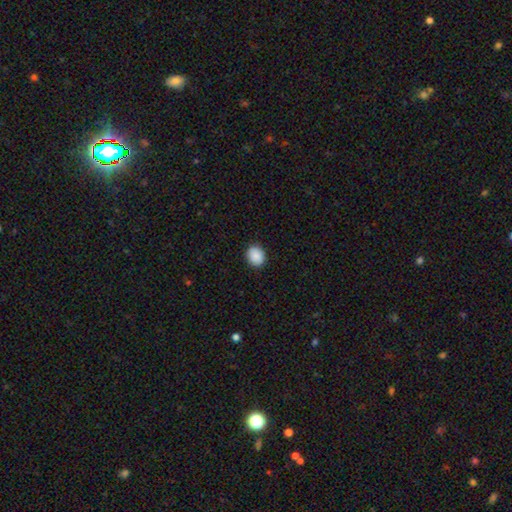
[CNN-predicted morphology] Smooth or featured?
  - smooth: 90% *
  - star or artifact: 8%
  - featured or disk: 3%
How rounded?
  - round: 64% *
  - in between: 35%
  - cigar-shaped: 1%
Merging?
  - none: 90% *
  - minor disturbance: 7%
  - major disturbance: 2%
  - merger: 1%